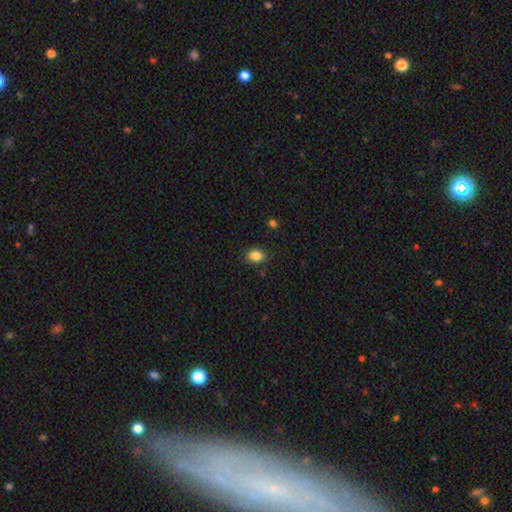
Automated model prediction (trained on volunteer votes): A smooth galaxy with no disk features (86%) that is in between round and cigar-shaped (65%).

Vote fractions:
- Smooth or featured? smooth: 86% / star or artifact: 10% / featured or disk: 4%
- How rounded? in between: 65% / round: 34% / cigar-shaped: 1%
- Merging? none: 87% / minor disturbance: 9% / major disturbance: 2% / merger: 1%